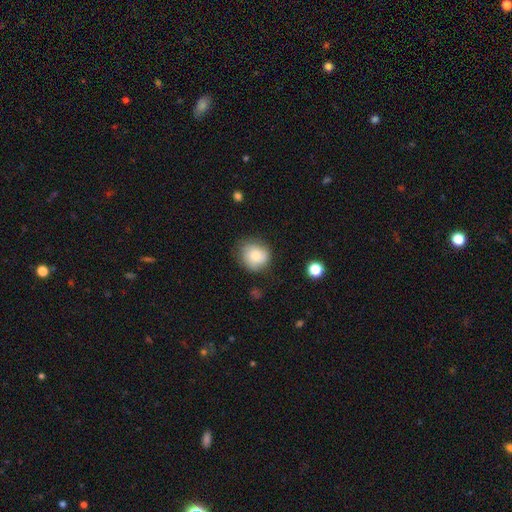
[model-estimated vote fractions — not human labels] Smooth or featured? Predicted: smooth (p=0.73). How rounded? Predicted: round (p=0.81). Merging? Predicted: none (p=0.70).